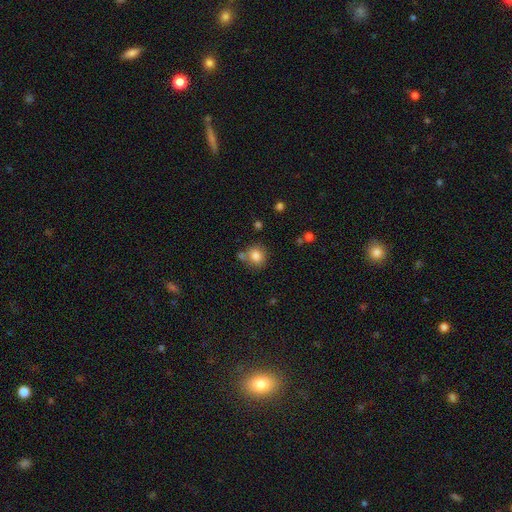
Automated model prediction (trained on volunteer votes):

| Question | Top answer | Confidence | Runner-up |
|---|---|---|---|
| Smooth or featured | smooth | 82% | star or artifact (10%) |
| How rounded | round | 77% | in between (22%) |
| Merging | none | 64% | merger (18%) |